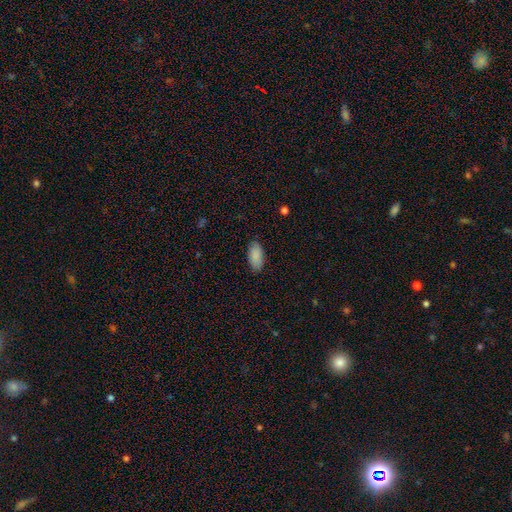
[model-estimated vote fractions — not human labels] smooth 89%, star or artifact 6%, featured or disk 4%. Down the decision tree: how rounded — in between (93%); merging — none (85%).